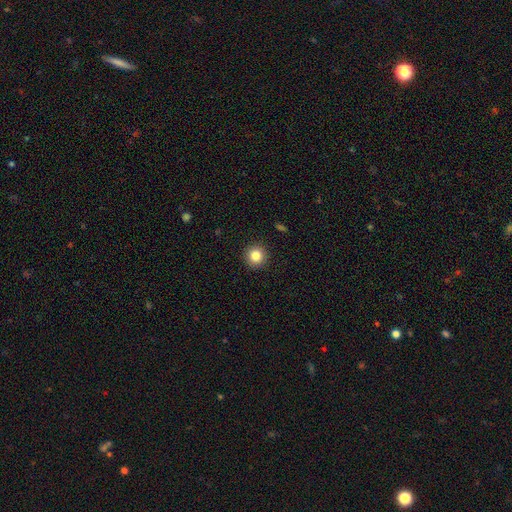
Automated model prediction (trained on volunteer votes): Smooth or featured: smooth — 84% (star or artifact — 10%)
How rounded: round — 95% (in between — 5%)
Merging: none — 92% (minor disturbance — 5%)